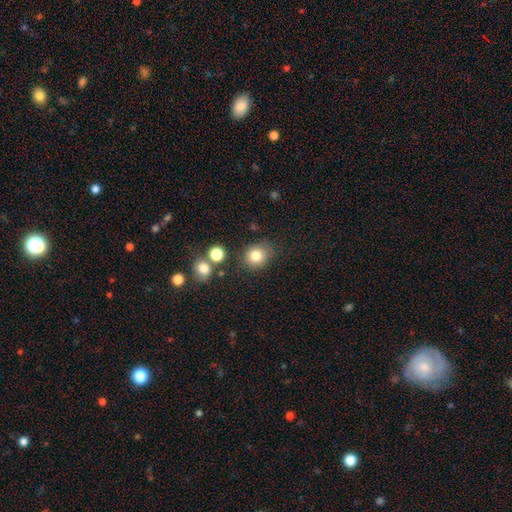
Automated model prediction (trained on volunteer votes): Overall: smooth (81%). How rounded: round (73%). Merging: none (80%).